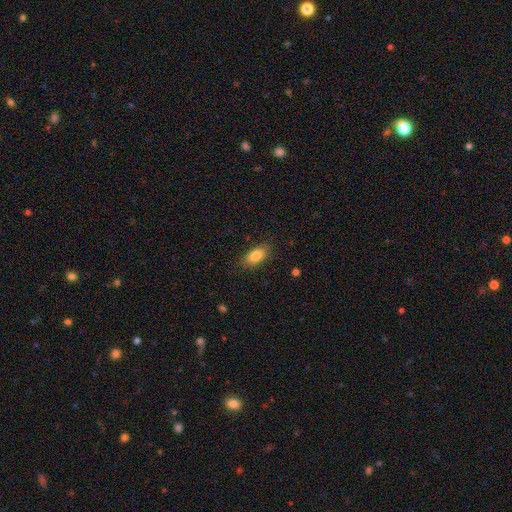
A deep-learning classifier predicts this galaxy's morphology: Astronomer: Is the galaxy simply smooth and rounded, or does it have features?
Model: smooth — 85%.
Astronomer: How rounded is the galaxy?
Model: in between — 88%.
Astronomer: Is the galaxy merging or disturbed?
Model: none — 83%.